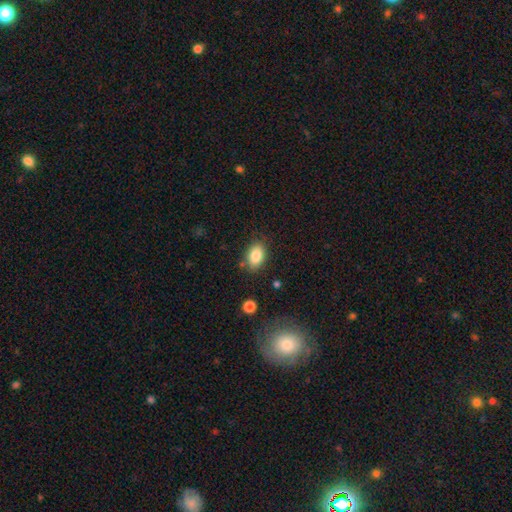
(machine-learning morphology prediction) A smooth galaxy with no disk features (85%) that is in between round and cigar-shaped (86%).

Vote fractions:
- Smooth or featured? smooth: 85% / star or artifact: 8% / featured or disk: 7%
- How rounded? in between: 86% / round: 12% / cigar-shaped: 1%
- Merging? none: 81% / minor disturbance: 13% / major disturbance: 3% / merger: 3%